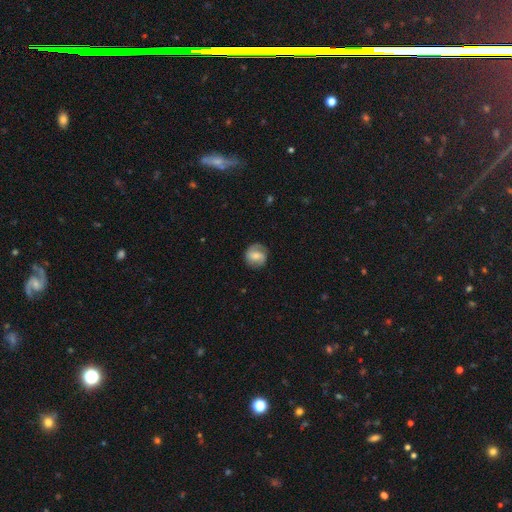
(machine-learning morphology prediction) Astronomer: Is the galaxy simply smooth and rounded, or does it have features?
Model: smooth — 48% (runner-up: featured or disk, 44%).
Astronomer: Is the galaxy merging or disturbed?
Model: none — 77%.